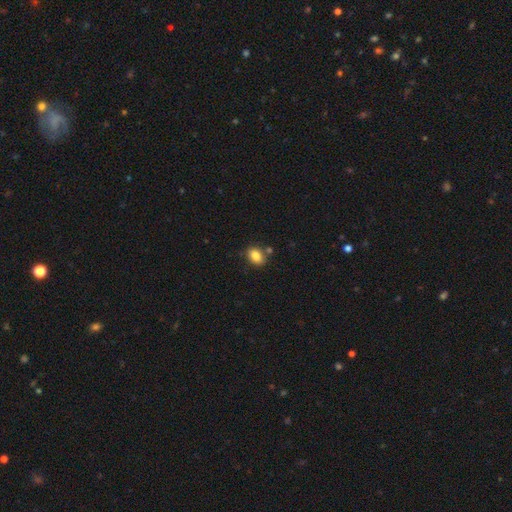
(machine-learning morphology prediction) smooth 85%, star or artifact 9%, featured or disk 6%. Down the decision tree: how rounded — in between (76%); merging — none (77%).